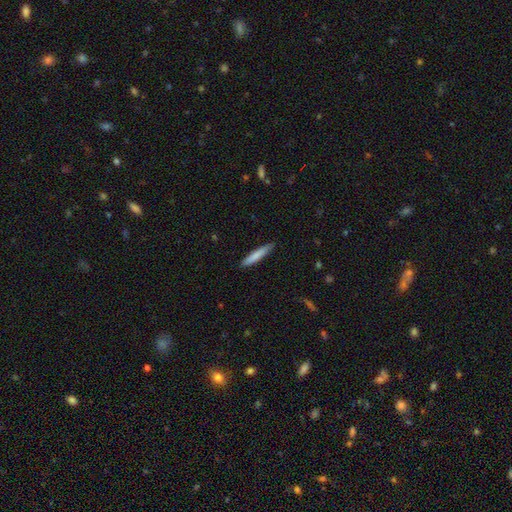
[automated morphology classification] This is clearly a smooth galaxy (80%). How rounded: clearly cigar-shaped (92%). Merging: clearly none (86%).